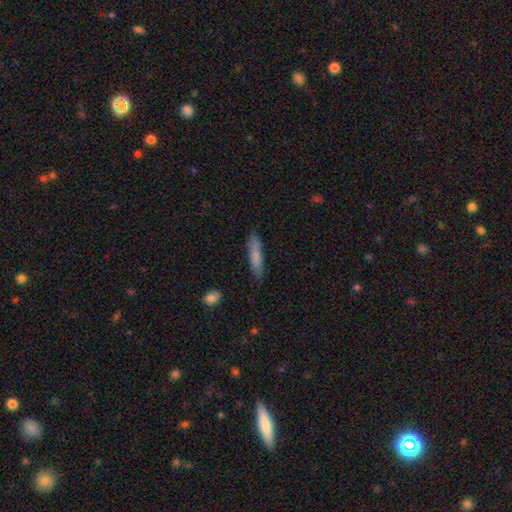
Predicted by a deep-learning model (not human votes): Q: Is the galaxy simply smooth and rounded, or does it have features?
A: smooth — 74%.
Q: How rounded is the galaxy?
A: cigar-shaped — 85%.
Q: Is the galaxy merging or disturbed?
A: none — 84%.